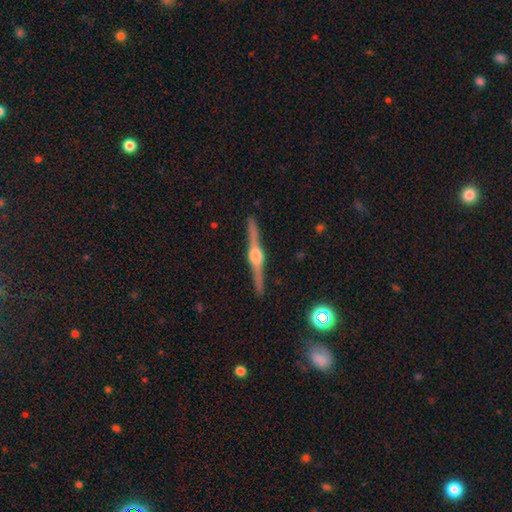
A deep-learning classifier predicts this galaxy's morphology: Q: Smooth or featured?
A: featured or disk (88%); runner-up: smooth (7%)
Q: Edge-on disk?
A: yes (99%); runner-up: no (1%)
Q: Edge-on bulge?
A: rounded (93%); runner-up: boxy (5%)
Q: Merging?
A: none (92%); runner-up: minor disturbance (5%)